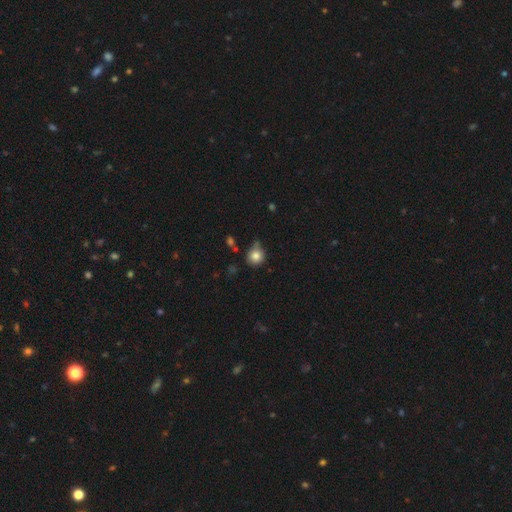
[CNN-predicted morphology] Smooth or featured?
  - smooth: 82% *
  - star or artifact: 11%
  - featured or disk: 7%
How rounded?
  - round: 87% *
  - in between: 12%
  - cigar-shaped: 1%
Merging?
  - none: 68% *
  - minor disturbance: 21%
  - merger: 7%
  - major disturbance: 5%